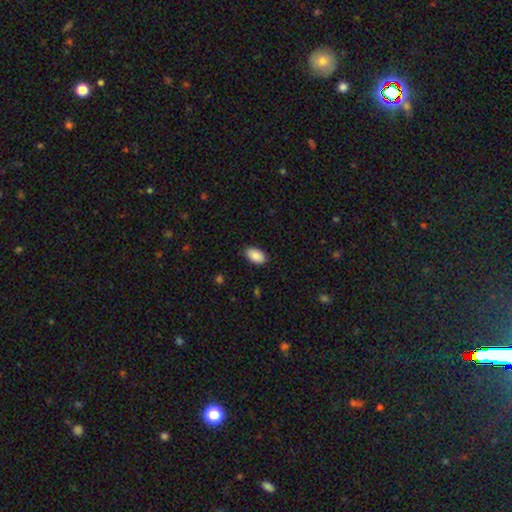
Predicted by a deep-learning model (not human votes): smooth-or-featured: smooth: 90% | star or artifact: 7% | featured or disk: 4%
  how-rounded: in between: 94% | round: 4% | cigar-shaped: 2%
  merging: none: 87% | minor disturbance: 10% | major disturbance: 2% | merger: 1%